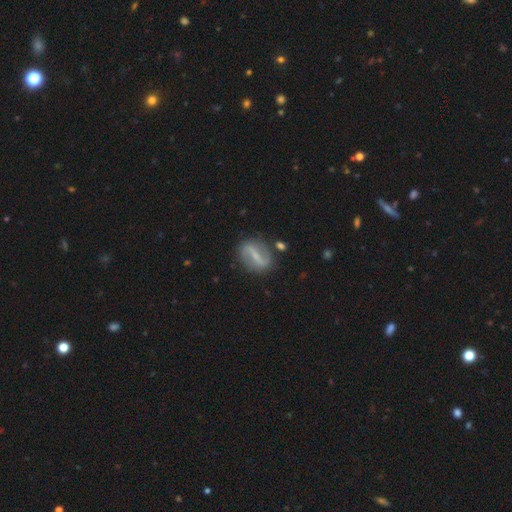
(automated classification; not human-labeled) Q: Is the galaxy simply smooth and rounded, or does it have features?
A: featured or disk — 74%.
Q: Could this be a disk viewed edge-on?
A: no — 93%.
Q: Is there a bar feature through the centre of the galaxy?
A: strong — 67%.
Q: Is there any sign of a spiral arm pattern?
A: yes — 75%.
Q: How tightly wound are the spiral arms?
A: loose — 57%.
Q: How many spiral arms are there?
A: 2 — 88%.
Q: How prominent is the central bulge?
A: small — 60%.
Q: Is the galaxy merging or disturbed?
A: none — 82%.